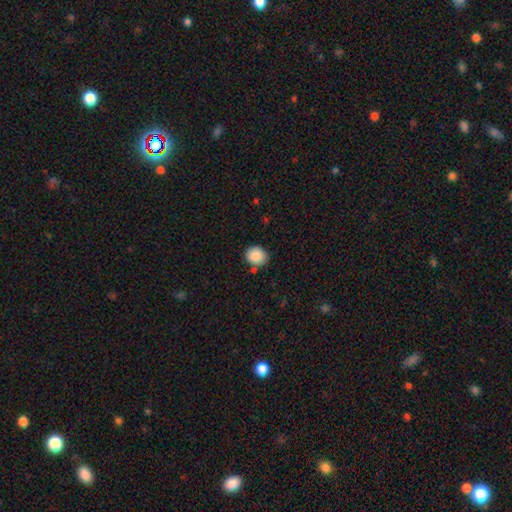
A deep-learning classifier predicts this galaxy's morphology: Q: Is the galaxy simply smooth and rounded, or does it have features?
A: smooth — 88%.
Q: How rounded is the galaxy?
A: round — 64%.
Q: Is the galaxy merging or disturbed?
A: none — 79%.